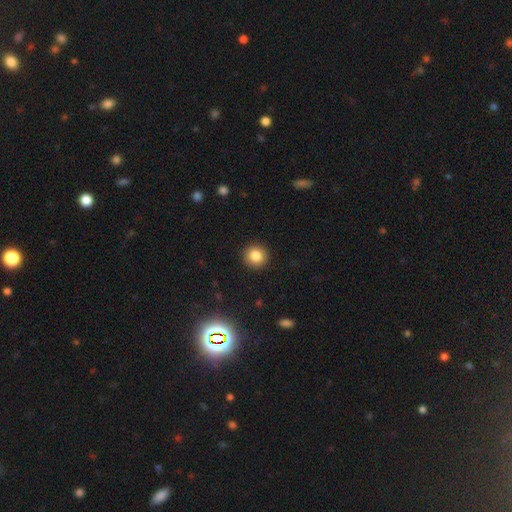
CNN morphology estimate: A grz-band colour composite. It shows a smooth galaxy with no disk features (82%) that is round (92%). Merging: none (92%).